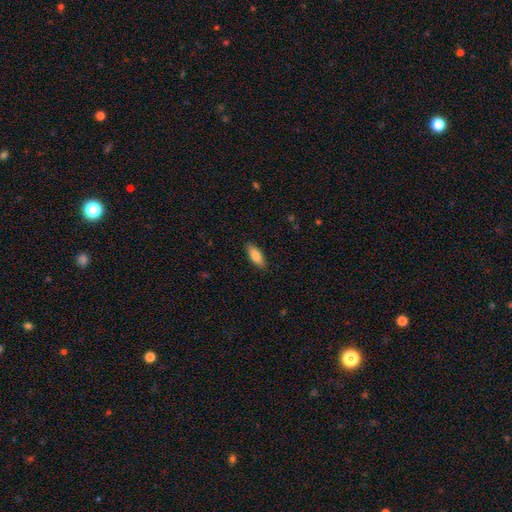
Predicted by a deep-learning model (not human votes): smooth_or_featured: smooth (p=0.85) [alt: featured or disk p=0.09]
how_rounded: in between (p=0.74) [alt: cigar-shaped p=0.24]
merging: none (p=0.88) [alt: minor disturbance p=0.09]